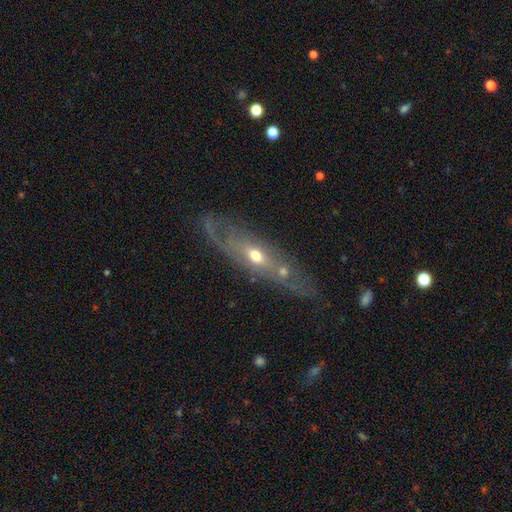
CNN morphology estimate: smooth_or_featured: featured or disk (p=0.70) [alt: smooth p=0.22]
disk_edge_on: no (p=0.60) [alt: yes p=0.40]
merging: none (p=0.61) [alt: minor disturbance p=0.18]